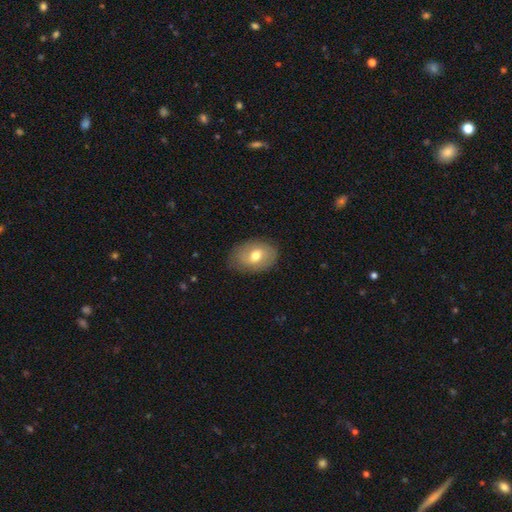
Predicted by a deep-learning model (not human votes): smooth 64%, featured or disk 29%, star or artifact 7%. Down the decision tree: how rounded — in between (76%); merging — none (78%).